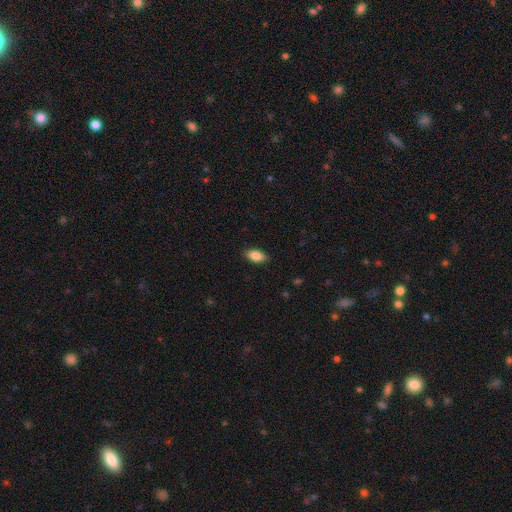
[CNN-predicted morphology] smooth_or_featured: smooth (p=0.85) [alt: featured or disk p=0.08]
how_rounded: in between (p=0.90) [alt: cigar-shaped p=0.06]
merging: none (p=0.86) [alt: minor disturbance p=0.10]